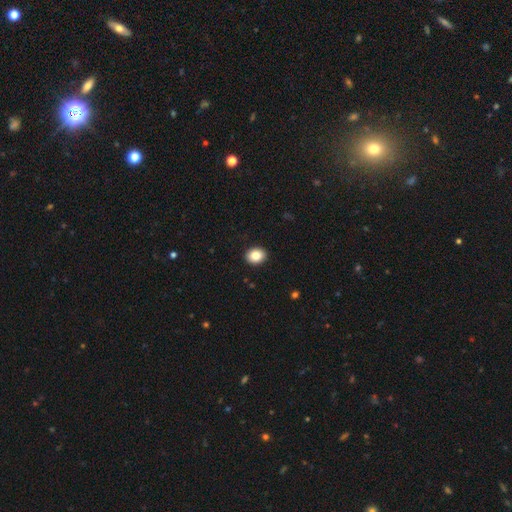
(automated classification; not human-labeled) This appears to be a smooth galaxy with no disk features (85%) that is in between round and cigar-shaped (51%). Merging: none (92%).